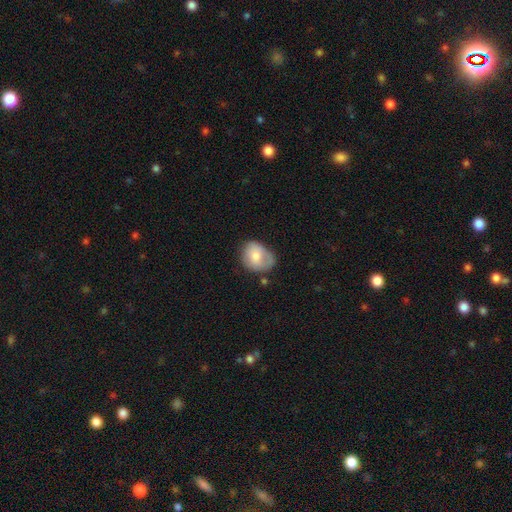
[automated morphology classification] The model was most divided on "how rounded": in between: 50%, round: 49%, cigar-shaped: 1%. Remaining: smooth or featured — smooth (70%); merging — none (45%).